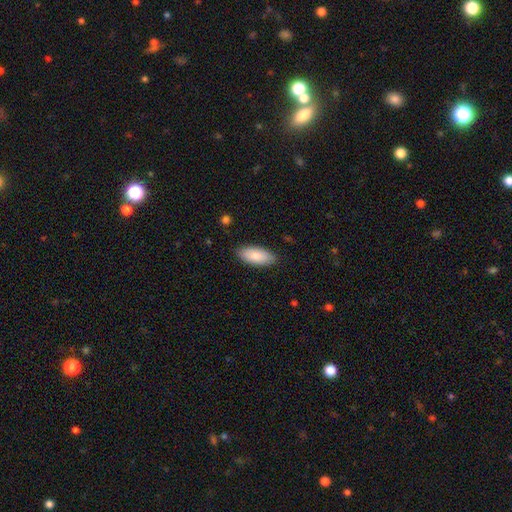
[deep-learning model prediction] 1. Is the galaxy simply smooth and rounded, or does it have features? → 86% smooth, 8% featured or disk, 5% star or artifact.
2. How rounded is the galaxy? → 88% in between, 10% cigar-shaped, 2% round.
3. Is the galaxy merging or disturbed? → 86% none, 11% minor disturbance, 2% major disturbance, 1% merger.